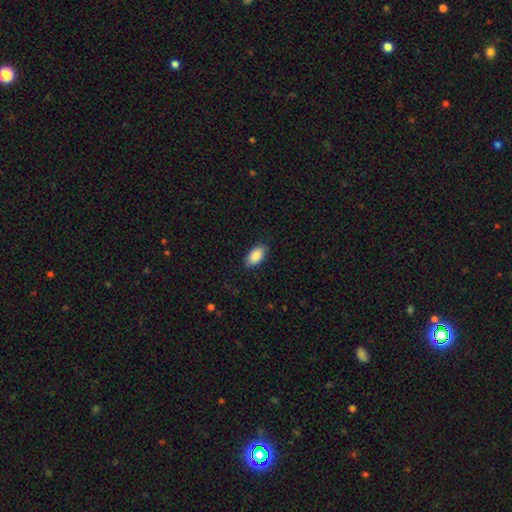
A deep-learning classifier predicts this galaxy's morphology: Smooth or featured? smooth (89%)
How rounded? in between (94%)
Merging? none (85%)